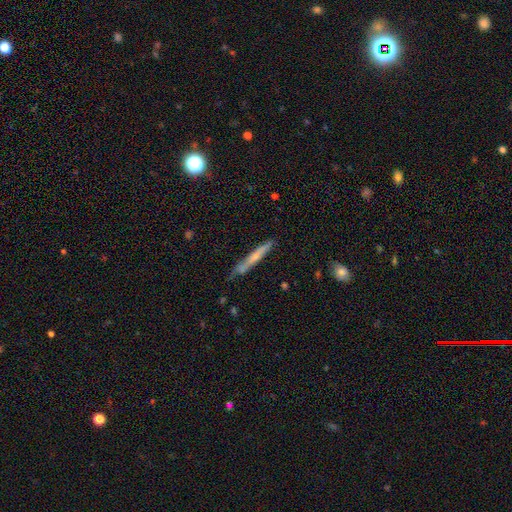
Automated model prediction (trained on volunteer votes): Smooth or featured?
  - smooth: 48% *
  - featured or disk: 46%
  - star or artifact: 6%
Merging?
  - none: 70% *
  - minor disturbance: 21%
  - merger: 5%
  - major disturbance: 4%